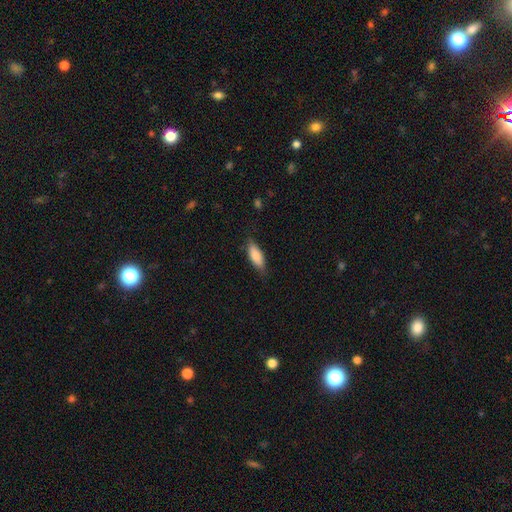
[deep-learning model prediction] Overall: smooth (85%). How rounded: in between (69%; cigar-shaped 29%). Merging: none (78%).